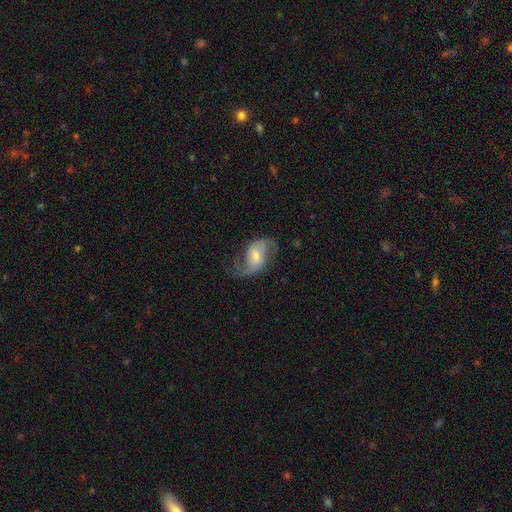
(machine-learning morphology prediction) Smooth or featured? Predicted: featured or disk (p=0.82). Edge-on disk? Predicted: no (p=0.97). Bar? Predicted: weak (p=0.43). Spiral arms? Predicted: yes (p=0.95). Spiral winding? Predicted: loose (p=0.57). Spiral arm count? Predicted: 2 (p=0.90). Bulge size? Predicted: moderate (p=0.53). Merging? Predicted: none (p=0.68).